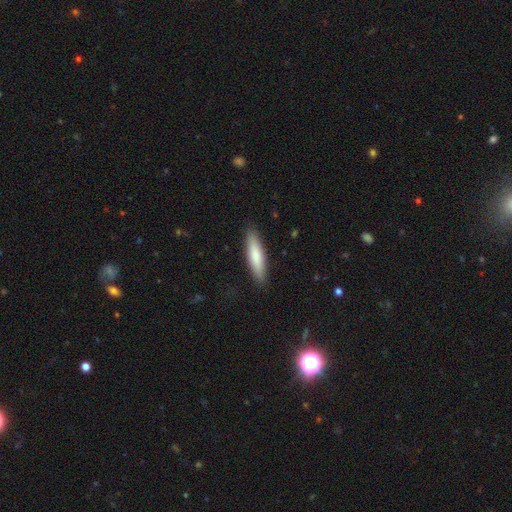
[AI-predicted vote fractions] This appears to be a smooth galaxy with no disk features (79%) that is cigar-shaped (77%). Merging: none (89%).